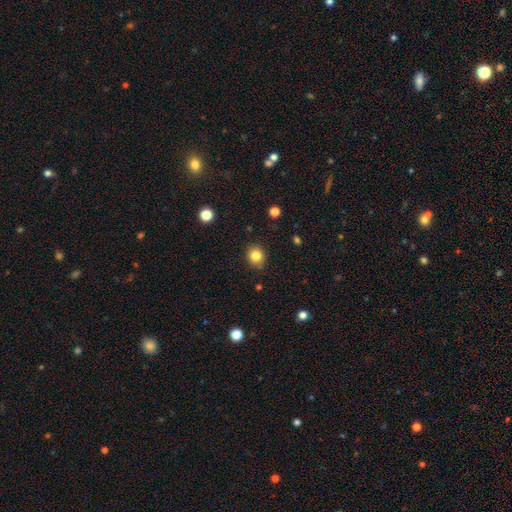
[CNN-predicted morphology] This is clearly a smooth galaxy (83%). How rounded: likely round (76%). Merging: clearly none (86%).